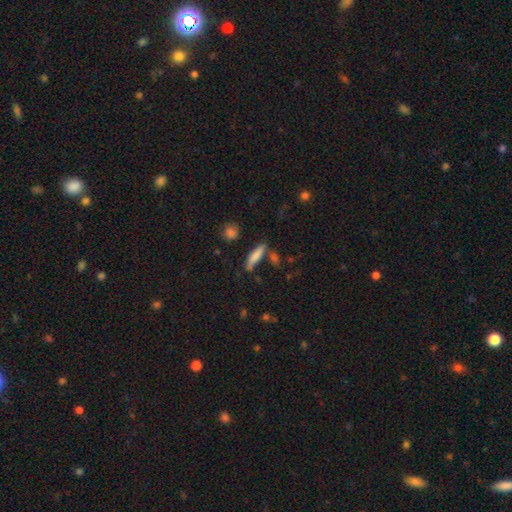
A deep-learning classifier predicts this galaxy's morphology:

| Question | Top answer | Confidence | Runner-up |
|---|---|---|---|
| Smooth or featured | smooth | 77% | featured or disk (15%) |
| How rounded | cigar-shaped | 79% | in between (19%) |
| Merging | none | 69% | minor disturbance (16%) |